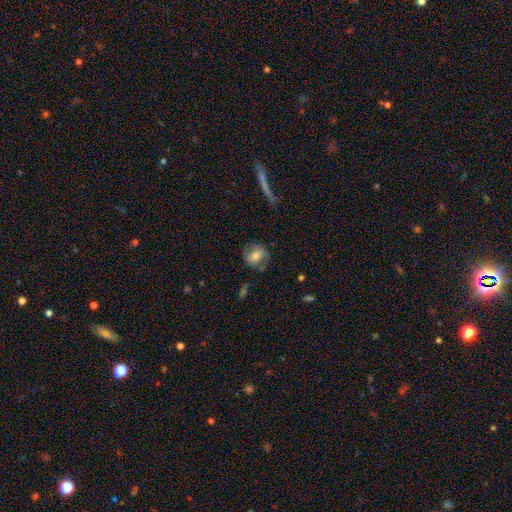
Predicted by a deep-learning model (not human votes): Smooth or featured? Predicted: smooth (p=0.52). How rounded? Predicted: round (p=0.59). Merging? Predicted: none (p=0.68).